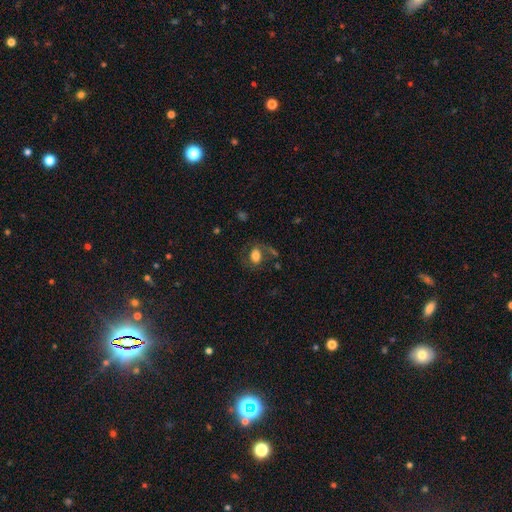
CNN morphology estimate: The model was most divided on "smooth or featured": smooth: 64%, featured or disk: 26%, star or artifact: 10%. More confident: how rounded — in between (70%); merging — none (60%).